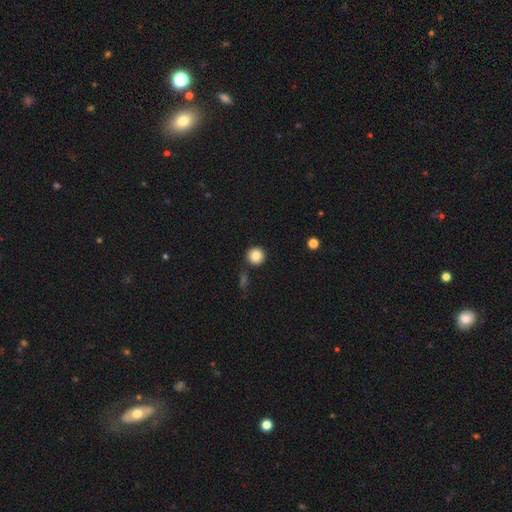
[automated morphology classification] The model was most divided on "smooth or featured": smooth: 84%, star or artifact: 10%, featured or disk: 7%. More confident: how rounded — round (94%); merging — none (87%).